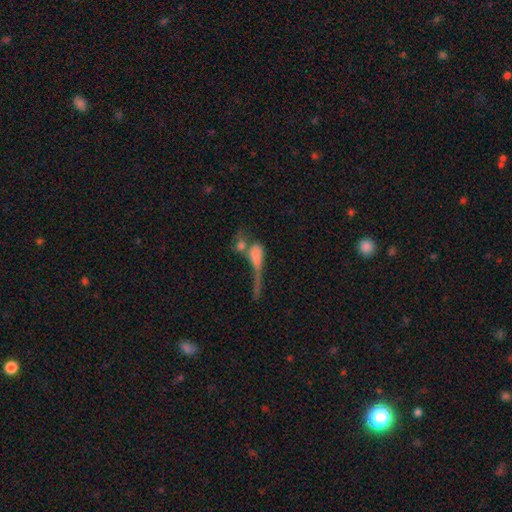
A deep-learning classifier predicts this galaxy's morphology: Smooth or featured? smooth (59%)
How rounded? in between (61%)
Merging? merger (47%)